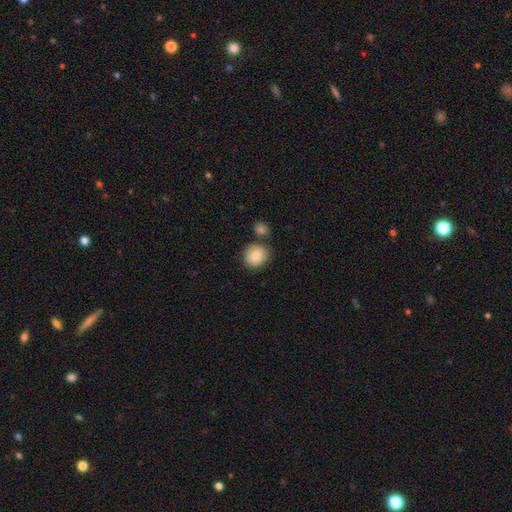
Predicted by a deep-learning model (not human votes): A smooth galaxy with no disk features (85%) that is round (86%). Merging: none (70%).